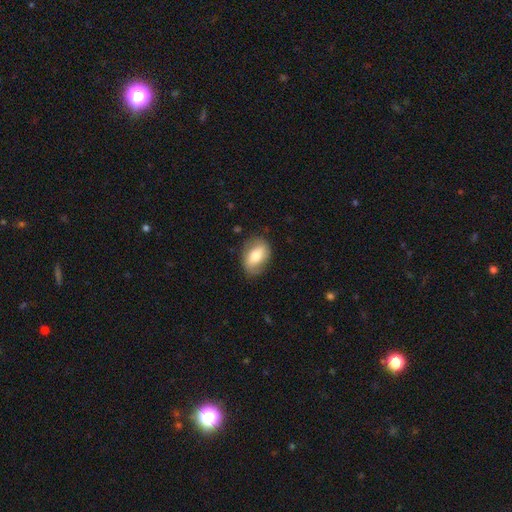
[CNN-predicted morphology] Smooth or featured?
  - smooth: 68% *
  - featured or disk: 25%
  - star or artifact: 7%
How rounded?
  - in between: 83% *
  - round: 15%
  - cigar-shaped: 2%
Merging?
  - none: 77% *
  - minor disturbance: 17%
  - major disturbance: 5%
  - merger: 1%